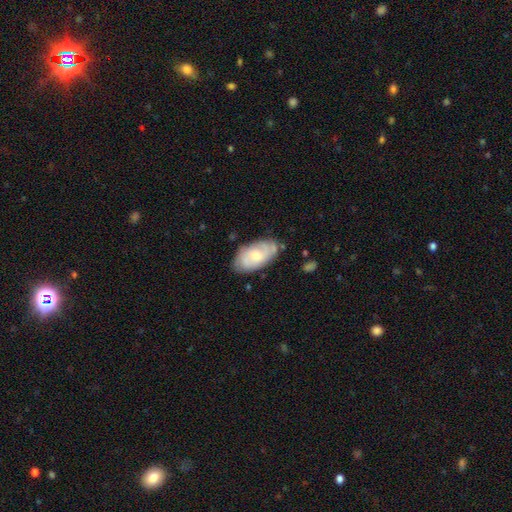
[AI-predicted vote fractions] Morphology: type=featured or disk (56%); edge-on=no (94%); bar=no (65%); spiral arms=yes (82%); bulge=moderate (50%); merging=none (74%).